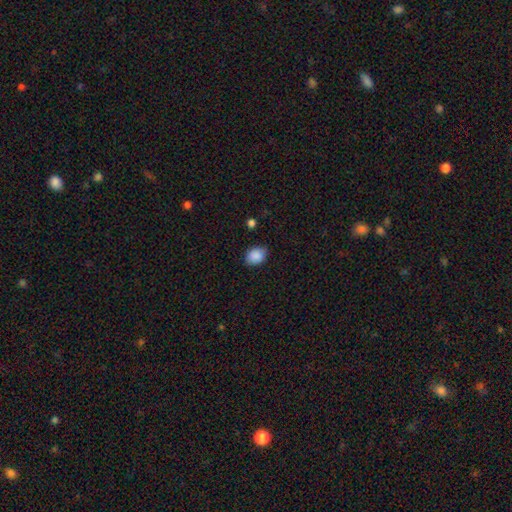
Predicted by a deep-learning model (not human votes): smooth-or-featured: smooth: 89% | star or artifact: 8% | featured or disk: 4%
  how-rounded: in between: 65% | round: 34% | cigar-shaped: 1%
  merging: none: 83% | minor disturbance: 13% | major disturbance: 3% | merger: 1%